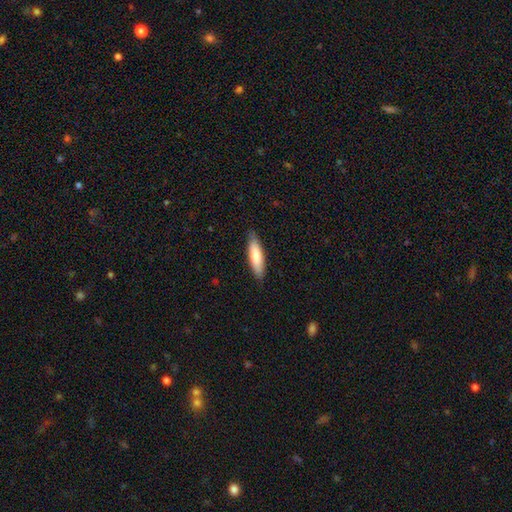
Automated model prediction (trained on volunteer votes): A smooth galaxy with no disk features (75%) that is cigar-shaped (64%). Merging: none (85%).